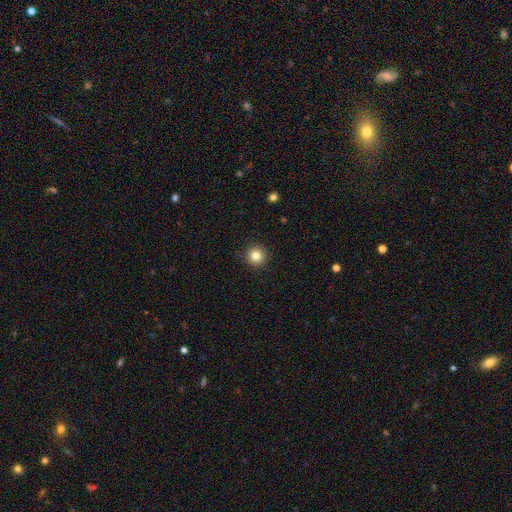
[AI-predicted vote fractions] A smooth galaxy with no disk features (83%) that is round (95%).

Vote fractions:
- Smooth or featured? smooth: 83% / star or artifact: 11% / featured or disk: 6%
- How rounded? round: 95% / in between: 4% / cigar-shaped: 1%
- Merging? none: 92% / minor disturbance: 5% / major disturbance: 2% / merger: 1%